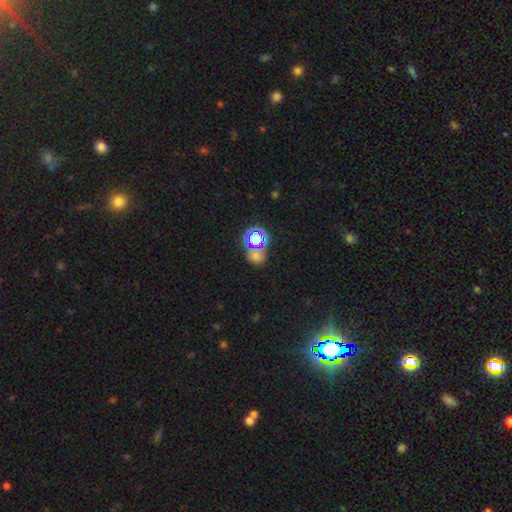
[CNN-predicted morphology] A star or artifact, not a galaxy (46%).

Vote fractions:
- Smooth or featured? star or artifact: 46% / smooth: 44% / featured or disk: 10%